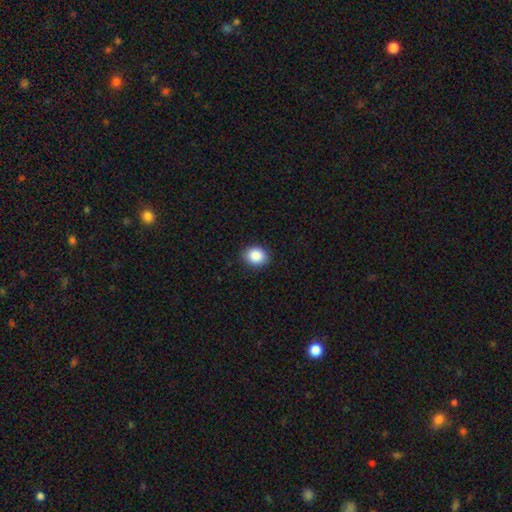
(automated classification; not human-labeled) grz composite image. It shows a smooth galaxy with no disk features (88%) that is round (63%). Merging: none (90%).